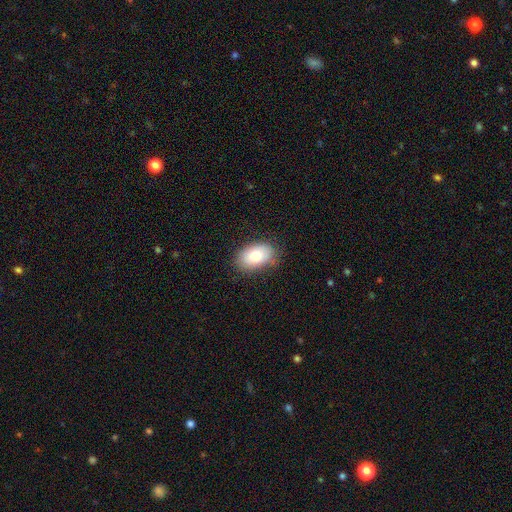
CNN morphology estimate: Q: Smooth or featured?
A: smooth (83%); runner-up: featured or disk (10%)
Q: How rounded?
A: in between (92%); runner-up: round (7%)
Q: Merging?
A: none (80%); runner-up: minor disturbance (15%)